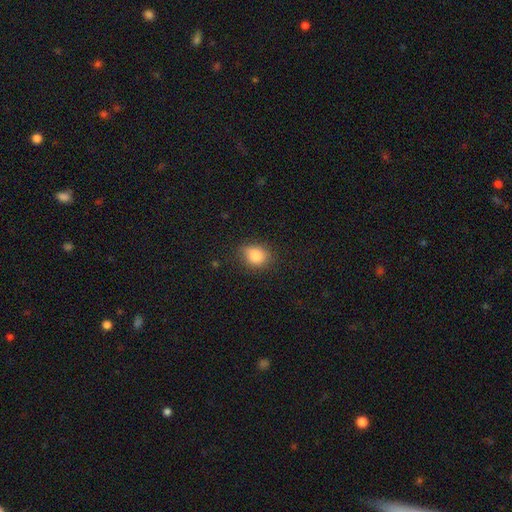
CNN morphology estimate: Q: Smooth or featured?
A: smooth (84%); runner-up: star or artifact (10%)
Q: How rounded?
A: round (54%); runner-up: in between (45%)
Q: Merging?
A: none (75%); runner-up: minor disturbance (20%)